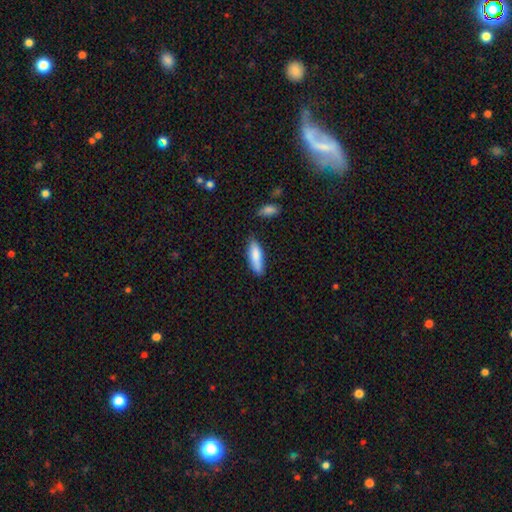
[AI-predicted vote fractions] This appears to be a smooth galaxy with no disk features (83%) that is in between round and cigar-shaped (49%, tied with cigar-shaped). Merging: none (72%).